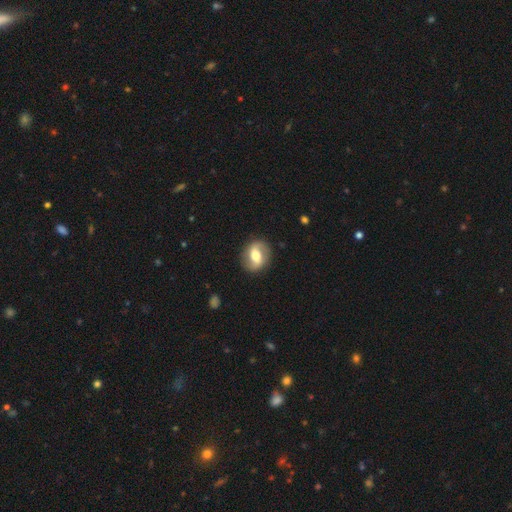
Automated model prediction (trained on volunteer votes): featured or disk 58%, smooth 35%, star or artifact 7%. Down the decision tree: edge-on disk — no (95%); bar — weak (40%); spiral arms — yes (75%); bulge size — moderate (67%); merging — none (85%).